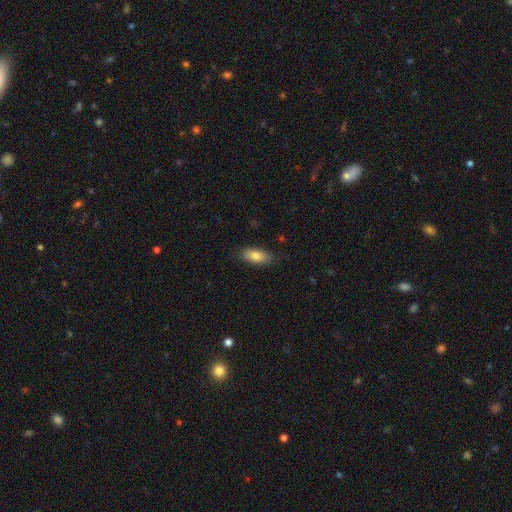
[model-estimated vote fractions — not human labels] Morphology: type=smooth (81%); roundness=in between (85%); merging=none (82%).